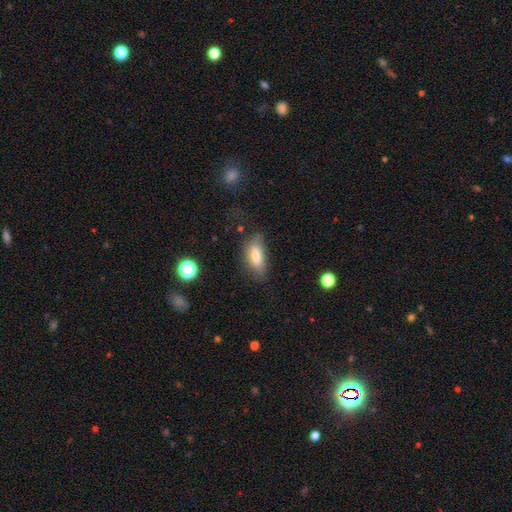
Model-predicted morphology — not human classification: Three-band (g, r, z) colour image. It shows a smooth galaxy with no disk features (71%) that is in between round and cigar-shaped (69%). Merging: none (64%).